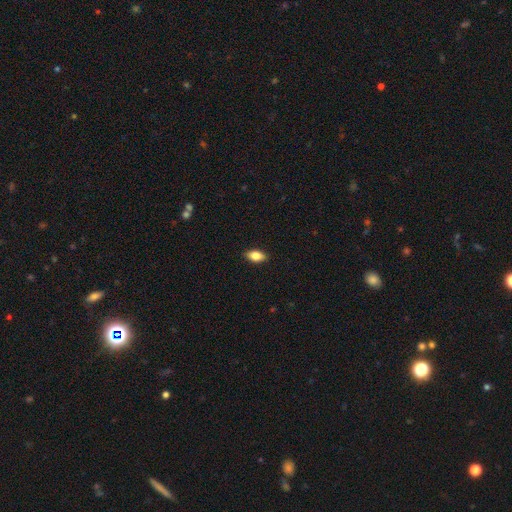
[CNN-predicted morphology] Smooth or featured? smooth (80%)
How rounded? in between (89%)
Merging? none (88%)